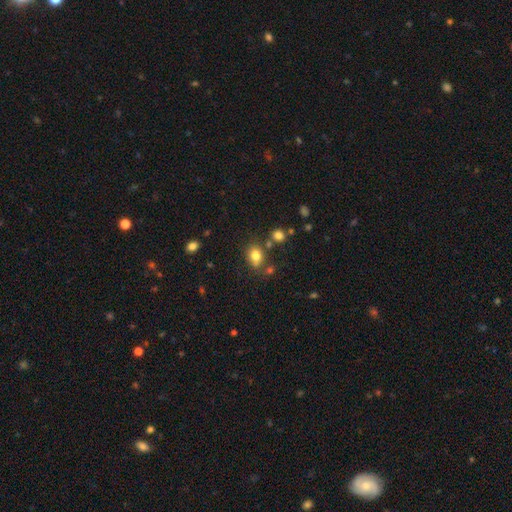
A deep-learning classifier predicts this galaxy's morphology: This appears to be a smooth galaxy with no disk features (78%) that is round (50%). Merging: none (66%).